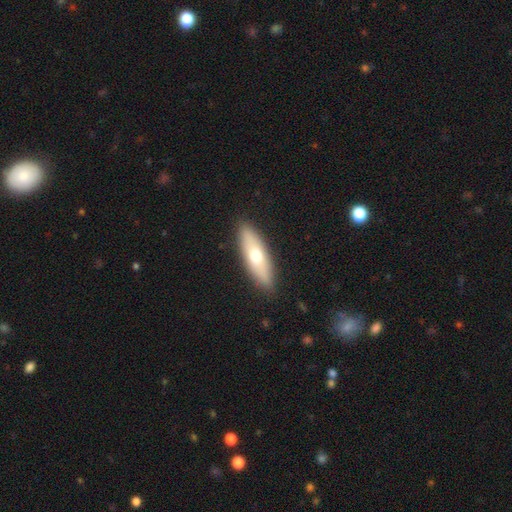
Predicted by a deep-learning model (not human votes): smooth 60%, featured or disk 34%, star or artifact 6%. Down the decision tree: how rounded — cigar-shaped (49%, tied with in between); merging — none (89%).